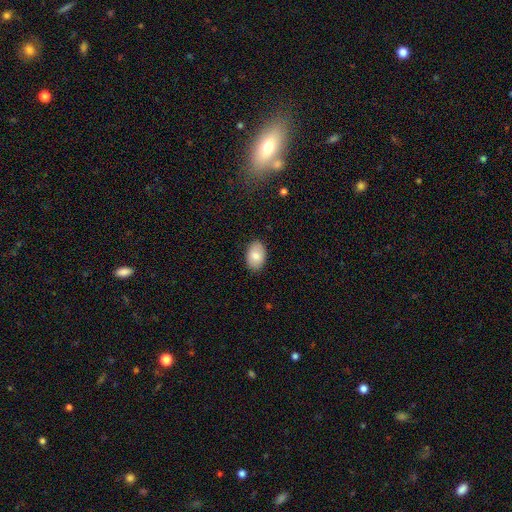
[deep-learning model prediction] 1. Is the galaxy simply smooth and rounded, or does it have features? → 84% smooth, 10% featured or disk, 7% star or artifact.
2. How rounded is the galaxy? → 88% in between, 11% round, 1% cigar-shaped.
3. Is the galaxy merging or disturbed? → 87% none, 10% minor disturbance, 2% major disturbance, 1% merger.